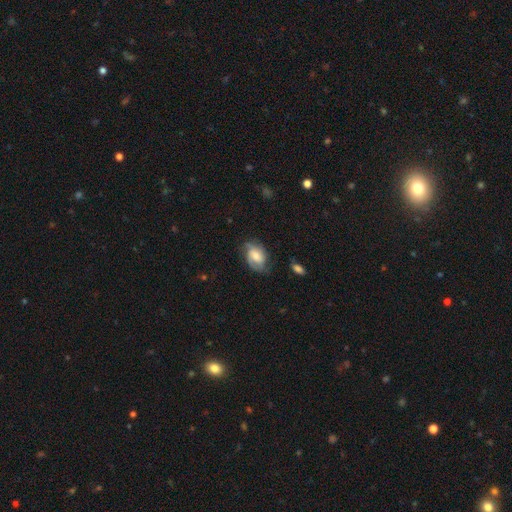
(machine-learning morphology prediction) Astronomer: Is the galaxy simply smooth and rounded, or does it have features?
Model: featured or disk — 60%.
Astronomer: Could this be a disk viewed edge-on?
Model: no — 96%.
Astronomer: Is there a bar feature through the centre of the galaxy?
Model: no — 48% (runner-up: weak, 41%).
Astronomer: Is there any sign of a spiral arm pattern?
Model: yes — 88%.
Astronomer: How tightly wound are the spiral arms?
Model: medium — 43% (runner-up: tight, 37%).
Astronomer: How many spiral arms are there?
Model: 2 — 61%.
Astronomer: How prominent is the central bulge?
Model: moderate — 48% (runner-up: small, 29%).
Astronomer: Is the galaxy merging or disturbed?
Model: none — 62%.